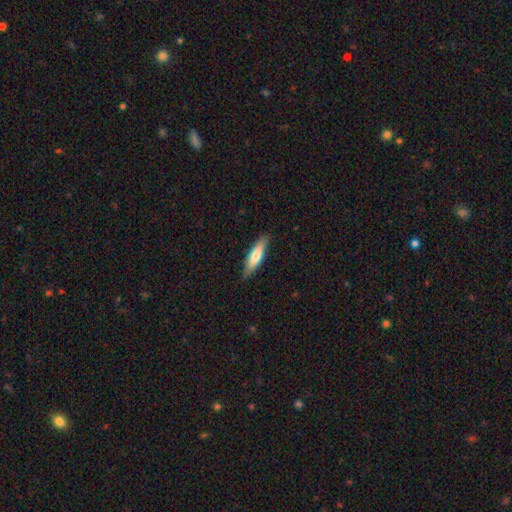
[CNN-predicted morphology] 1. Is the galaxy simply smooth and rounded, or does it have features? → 67% smooth, 27% featured or disk, 6% star or artifact.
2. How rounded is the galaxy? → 65% cigar-shaped, 34% in between, 2% round.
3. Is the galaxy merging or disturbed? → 87% none, 10% minor disturbance, 2% major disturbance, 1% merger.